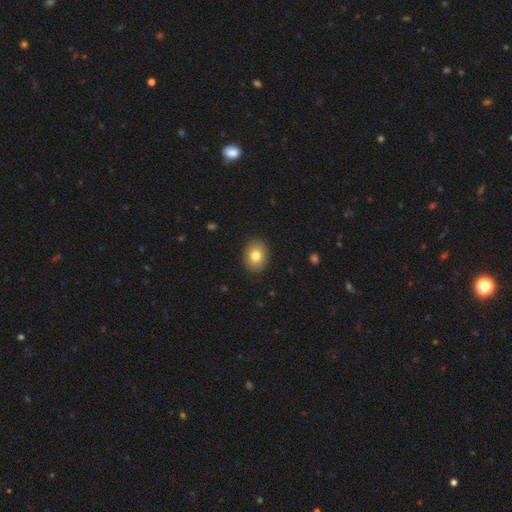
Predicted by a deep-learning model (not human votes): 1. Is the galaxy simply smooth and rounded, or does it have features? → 79% smooth, 12% featured or disk, 9% star or artifact.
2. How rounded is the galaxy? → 52% in between, 47% round, 1% cigar-shaped.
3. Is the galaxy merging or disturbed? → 90% none, 7% minor disturbance, 2% major disturbance, 1% merger.